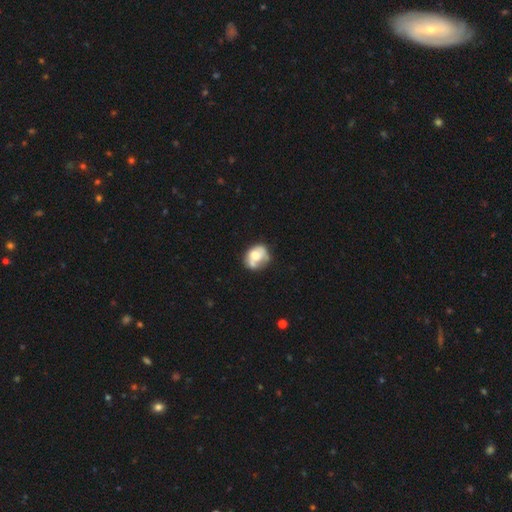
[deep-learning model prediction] Q: Smooth or featured?
A: smooth (60%); runner-up: featured or disk (32%)
Q: How rounded?
A: in between (50%); runner-up: round (49%)
Q: Merging?
A: none (41%); runner-up: minor disturbance (25%)